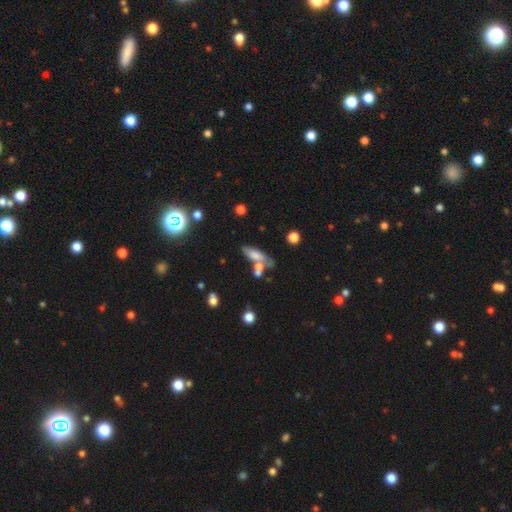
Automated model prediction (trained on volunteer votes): Smooth or featured?
  - smooth: 64% *
  - featured or disk: 27%
  - star or artifact: 10%
How rounded?
  - in between: 58% *
  - cigar-shaped: 38%
  - round: 4%
Merging?
  - none: 43% *
  - merger: 31%
  - minor disturbance: 17%
  - major disturbance: 9%